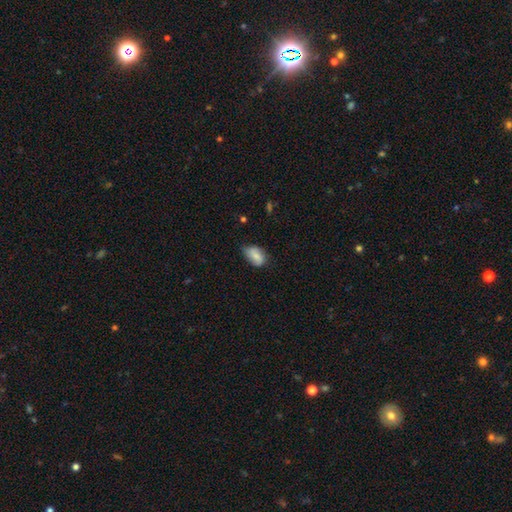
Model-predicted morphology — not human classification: Q: Smooth or featured?
A: smooth (75%); runner-up: featured or disk (18%)
Q: How rounded?
A: in between (87%); runner-up: round (11%)
Q: Merging?
A: none (54%); runner-up: minor disturbance (37%)